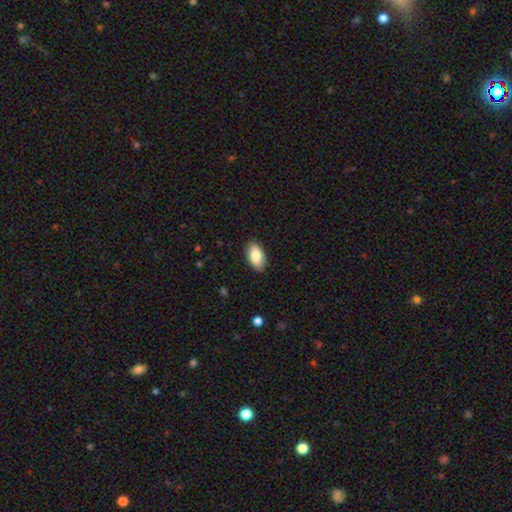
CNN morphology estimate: A smooth galaxy with no disk features (84%) that is in between round and cigar-shaped (94%).

Vote fractions:
- Smooth or featured? smooth: 84% / featured or disk: 10% / star or artifact: 6%
- How rounded? in between: 94% / round: 4% / cigar-shaped: 2%
- Merging? none: 88% / minor disturbance: 9% / major disturbance: 2% / merger: 1%